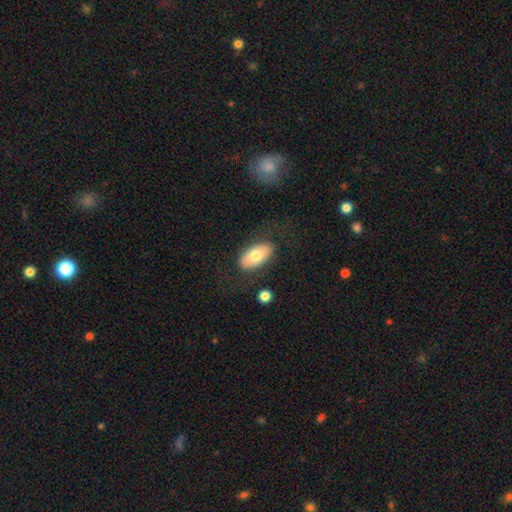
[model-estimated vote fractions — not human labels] smooth_or_featured: smooth (p=0.70) [alt: featured or disk p=0.24]
how_rounded: in between (p=0.93) [alt: cigar-shaped p=0.03]
merging: none (p=0.77) [alt: minor disturbance p=0.13]